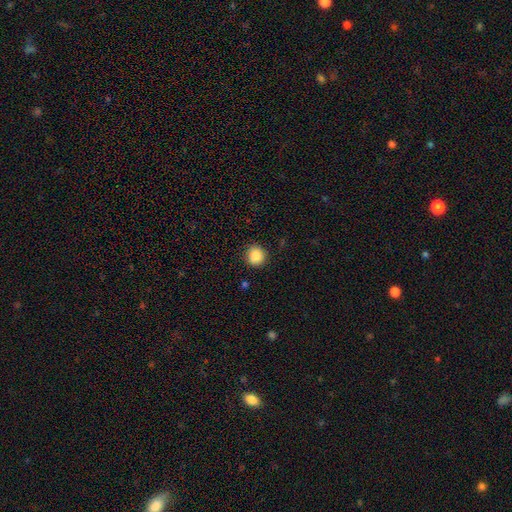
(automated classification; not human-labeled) smooth 88%, star or artifact 9%, featured or disk 3%. Down the decision tree: how rounded — round (89%); merging — none (88%).